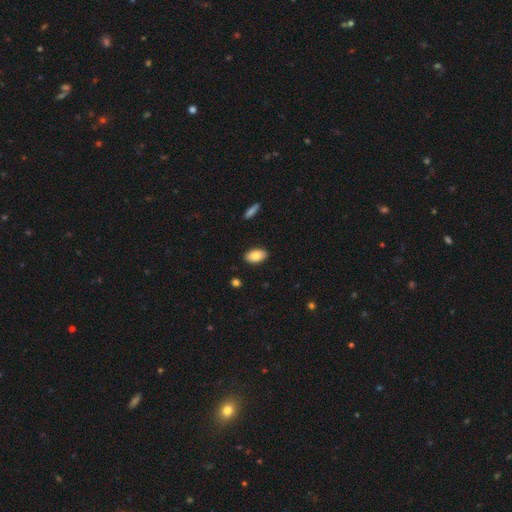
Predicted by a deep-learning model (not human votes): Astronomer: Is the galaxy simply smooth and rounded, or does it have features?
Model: smooth — 86%.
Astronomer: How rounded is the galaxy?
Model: in between — 94%.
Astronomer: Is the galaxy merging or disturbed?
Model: none — 88%.